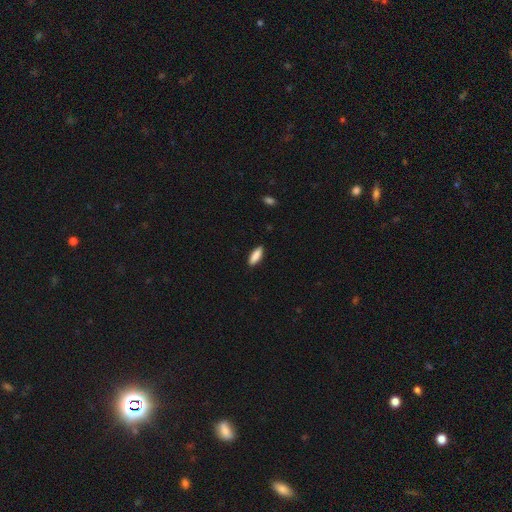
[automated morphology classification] This is clearly a smooth galaxy (89%). How rounded: likely in between (68%). Merging: clearly none (88%).